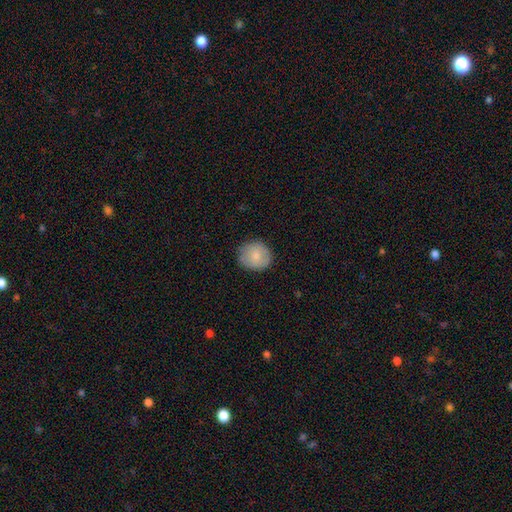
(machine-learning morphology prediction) This appears to be a smooth galaxy with no disk features (81%) that is round (81%). Merging: none (82%).